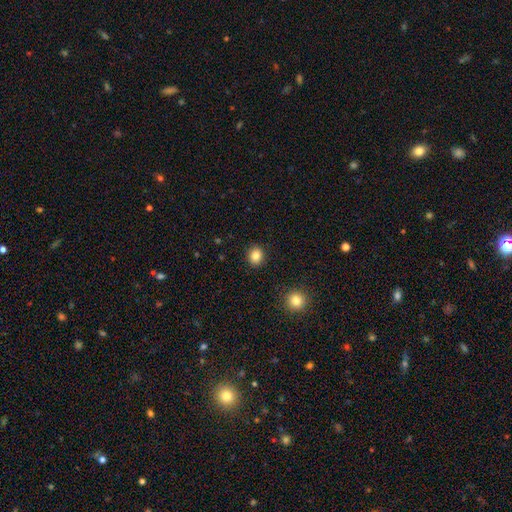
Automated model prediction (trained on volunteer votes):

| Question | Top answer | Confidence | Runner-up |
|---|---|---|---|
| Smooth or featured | smooth | 84% | star or artifact (11%) |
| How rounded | round | 74% | in between (25%) |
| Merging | none | 91% | minor disturbance (6%) |